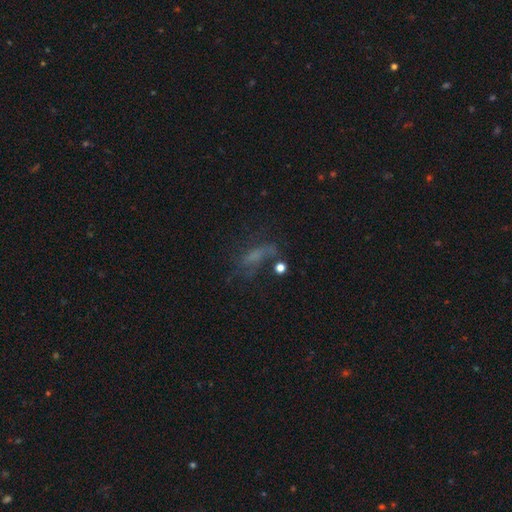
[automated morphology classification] Smooth or featured?
  - featured or disk: 37% * (tied)
  - smooth: 37% * (tied)
  - star or artifact: 26%
Merging?
  - none: 41% *
  - major disturbance: 31%
  - minor disturbance: 20%
  - merger: 9%